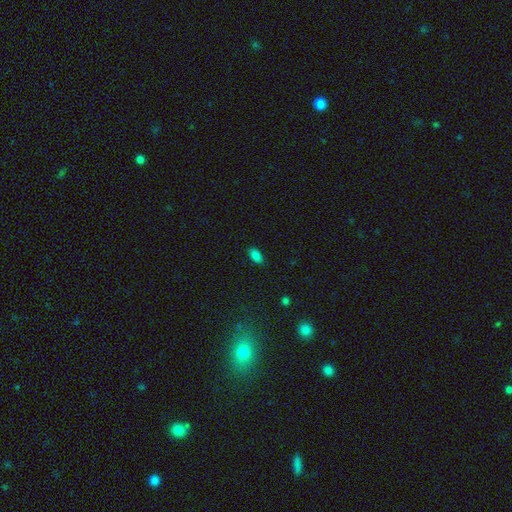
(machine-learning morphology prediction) smooth 83%, star or artifact 12%, featured or disk 5%. Down the decision tree: how rounded — in between (92%); merging — none (86%).